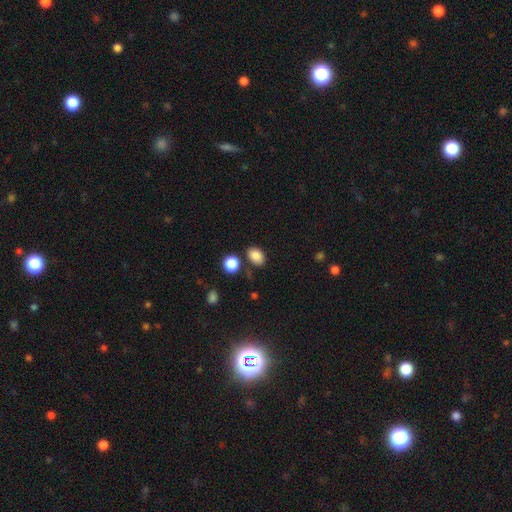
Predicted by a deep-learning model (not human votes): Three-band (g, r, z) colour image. It shows a smooth galaxy with no disk features (86%) that is in between round and cigar-shaped (76%). Merging: none (75%).